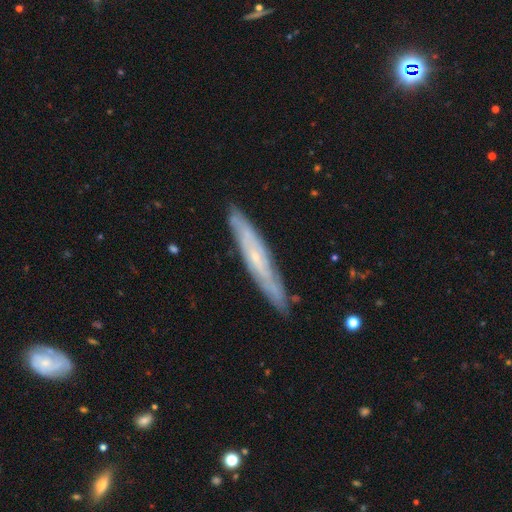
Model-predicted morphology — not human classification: Smooth or featured: featured or disk — 68% (smooth — 26%)
Edge-on disk: yes — 68% (no — 32%)
Merging: none — 86% (minor disturbance — 11%)